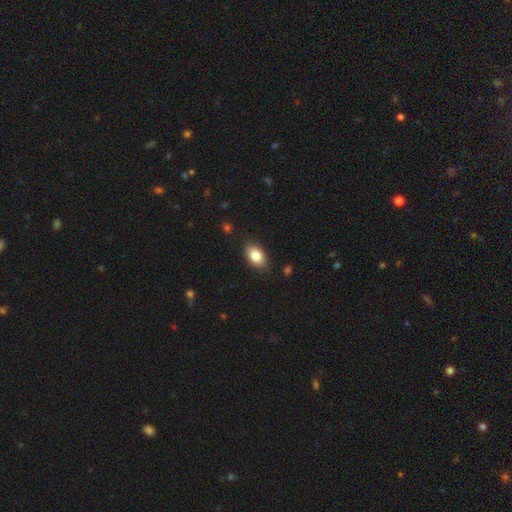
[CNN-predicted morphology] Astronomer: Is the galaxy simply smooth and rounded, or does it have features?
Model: smooth — 83%.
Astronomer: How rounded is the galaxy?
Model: in between — 90%.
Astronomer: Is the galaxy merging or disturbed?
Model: none — 86%.